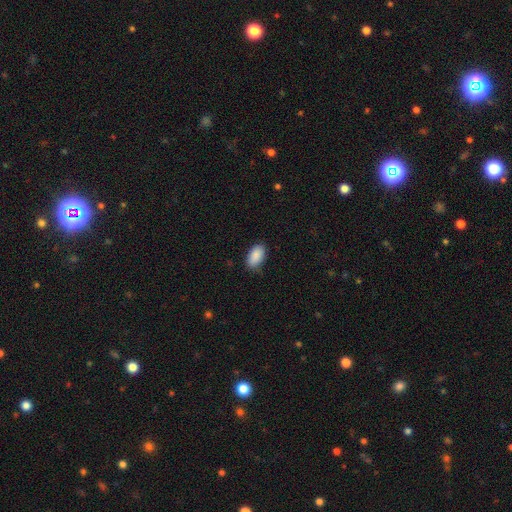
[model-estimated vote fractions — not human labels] This is clearly a smooth galaxy (90%). How rounded: clearly in between (94%). Merging: likely none (79%).